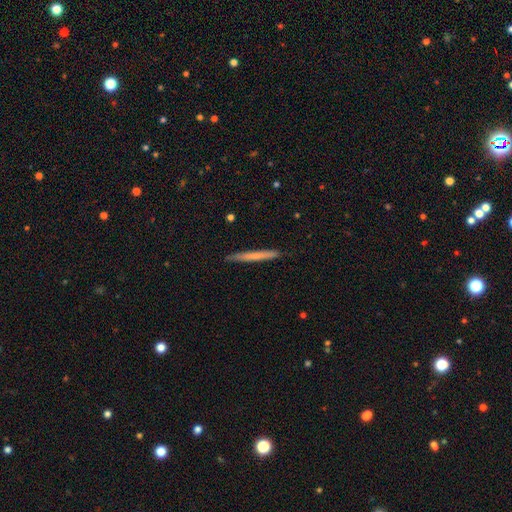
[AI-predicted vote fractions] smooth_or_featured: smooth (p=0.62) [alt: featured or disk p=0.32]
how_rounded: cigar-shaped (p=0.97) [alt: in between p=0.02]
merging: none (p=0.90) [alt: minor disturbance p=0.07]